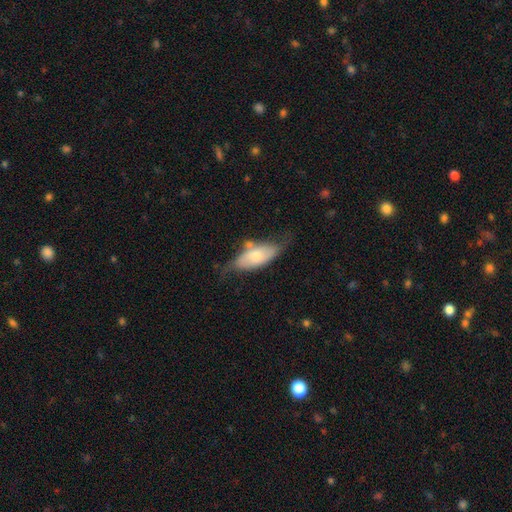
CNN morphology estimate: smooth-or-featured: smooth: 55% | featured or disk: 39% | star or artifact: 7%
  how-rounded: in between: 83% | cigar-shaped: 14% | round: 3%
  merging: none: 46% | minor disturbance: 31% | major disturbance: 14% | merger: 9%